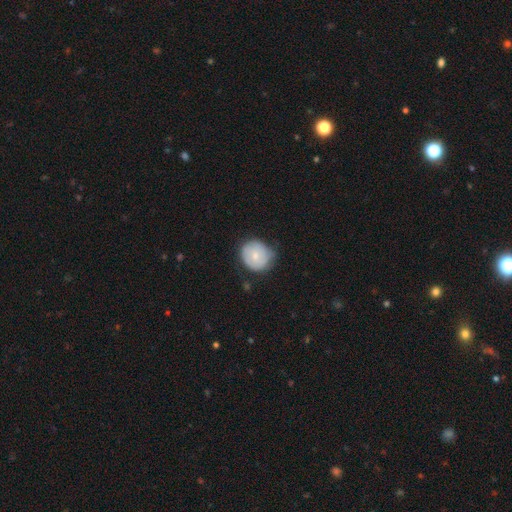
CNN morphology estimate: smooth 70%, featured or disk 23%, star or artifact 7%. Down the decision tree: how rounded — round (82%); merging — none (61%).